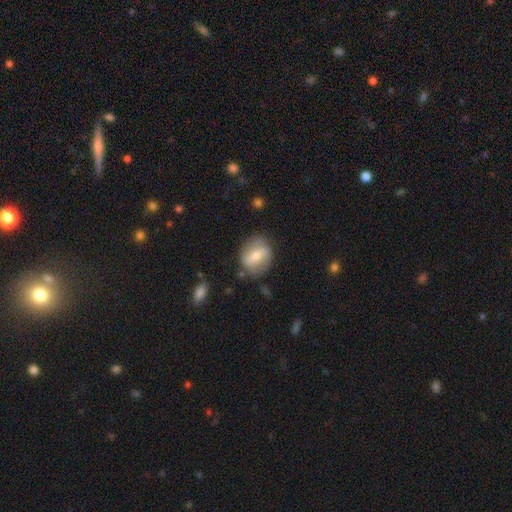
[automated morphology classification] Smooth or featured? Predicted: featured or disk (p=0.47). Merging? Predicted: none (p=0.75).